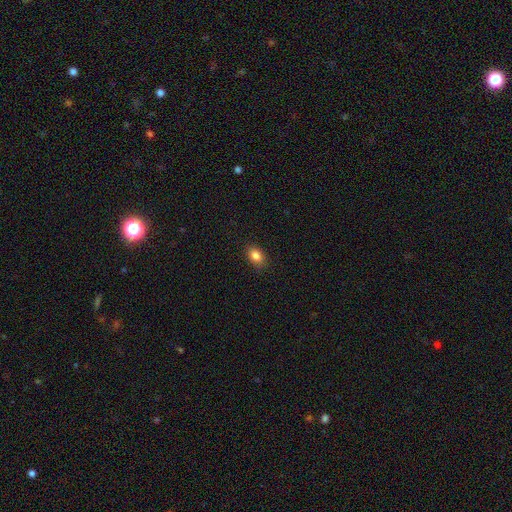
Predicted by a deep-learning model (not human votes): Morphology: type=smooth (85%); roundness=in between (78%); merging=none (85%).